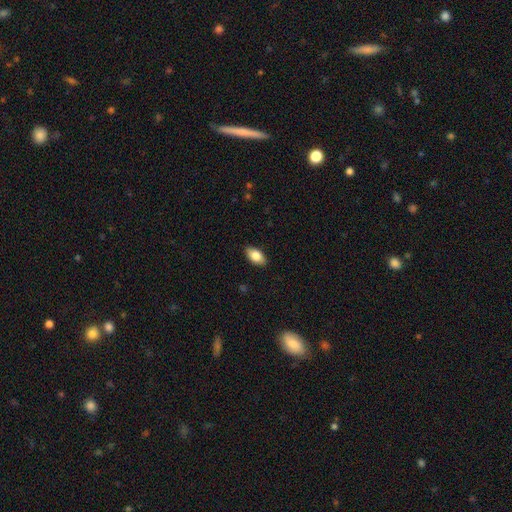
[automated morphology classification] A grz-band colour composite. It shows a smooth galaxy with no disk features (82%) that is in between round and cigar-shaped (92%). Merging: none (88%).